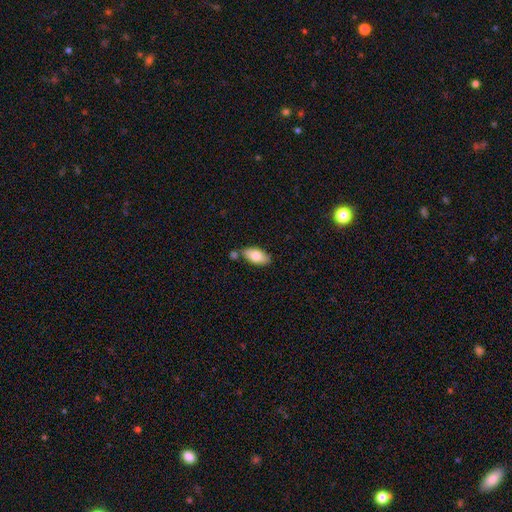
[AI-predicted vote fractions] Morphology: type=smooth (79%); roundness=in between (93%); merging=none (70%).